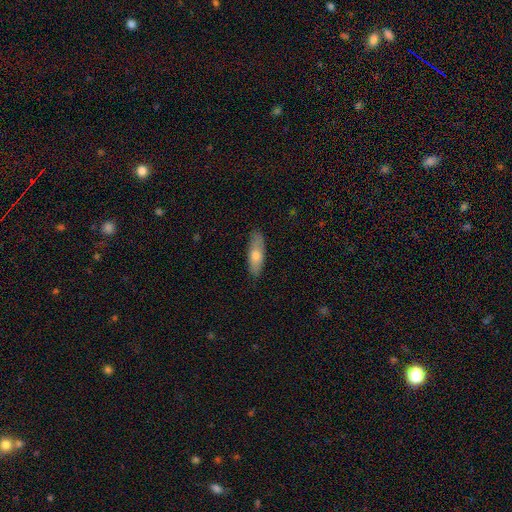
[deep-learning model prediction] This appears to be a smooth galaxy with no disk features (67%) that is in between round and cigar-shaped (55%). Merging: none (86%).